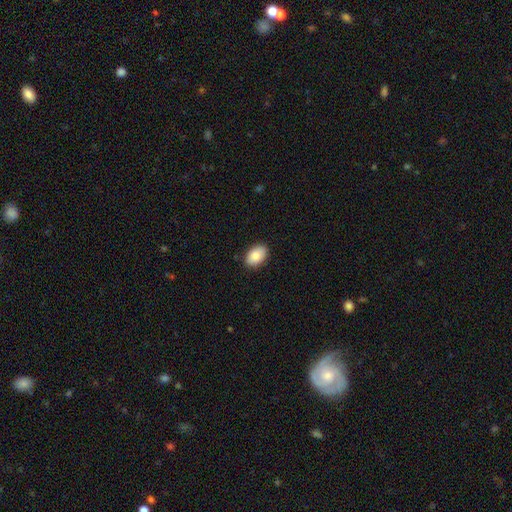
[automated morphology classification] smooth 85%, featured or disk 8%, star or artifact 7%. Down the decision tree: how rounded — in between (89%); merging — none (87%).